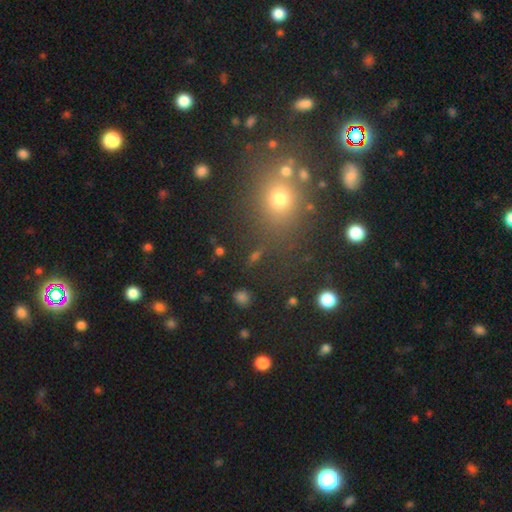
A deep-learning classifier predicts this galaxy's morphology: A smooth galaxy with no disk features (58%) that is round (66%). Merging: none (79%).